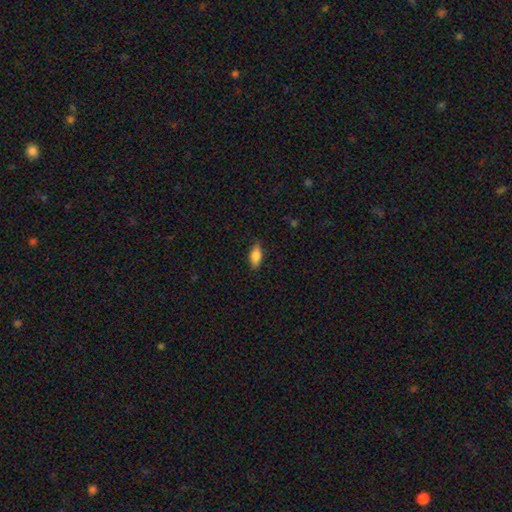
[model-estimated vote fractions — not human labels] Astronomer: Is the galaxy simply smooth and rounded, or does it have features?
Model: smooth — 83%.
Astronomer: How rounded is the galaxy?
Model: in between — 85%.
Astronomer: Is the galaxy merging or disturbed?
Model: none — 84%.